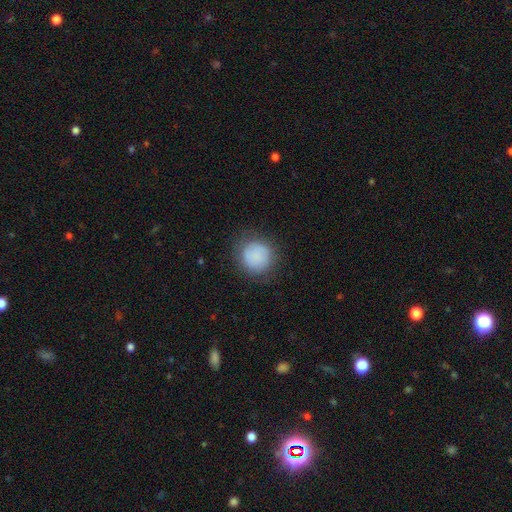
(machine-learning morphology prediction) A smooth galaxy with no disk features (84%) that is round (92%).

Vote fractions:
- Smooth or featured? smooth: 84% / featured or disk: 8% / star or artifact: 8%
- How rounded? round: 92% / in between: 7% / cigar-shaped: 1%
- Merging? none: 81% / minor disturbance: 12% / major disturbance: 6% / merger: 1%